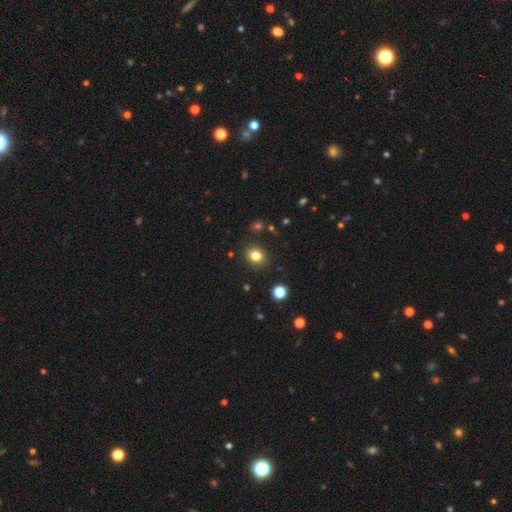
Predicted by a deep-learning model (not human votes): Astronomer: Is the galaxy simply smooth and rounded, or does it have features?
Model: smooth — 81%.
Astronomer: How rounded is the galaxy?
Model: round — 59% (runner-up: in between, 41%).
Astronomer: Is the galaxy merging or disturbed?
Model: none — 87%.